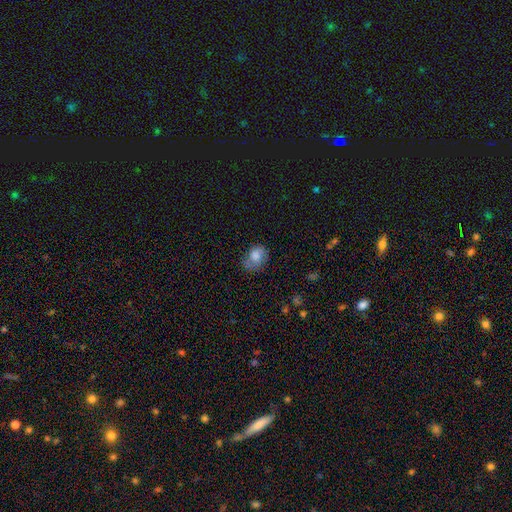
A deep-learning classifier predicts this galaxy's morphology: Smooth or featured? smooth (69%)
How rounded? in between (56%)
Merging? none (46%)